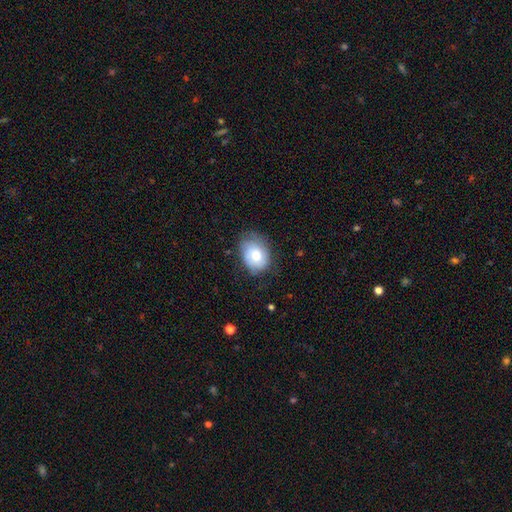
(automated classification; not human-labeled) Smooth or featured? Predicted: smooth (p=0.72). How rounded? Predicted: in between (p=0.61). Merging? Predicted: none (p=0.62).